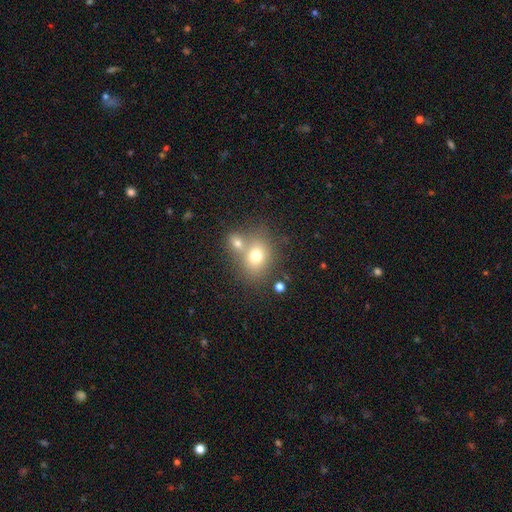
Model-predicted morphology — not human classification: Q: Smooth or featured?
A: smooth (72%); runner-up: featured or disk (16%)
Q: How rounded?
A: round (53%); runner-up: in between (46%)
Q: Merging?
A: none (43%); runner-up: merger (42%)